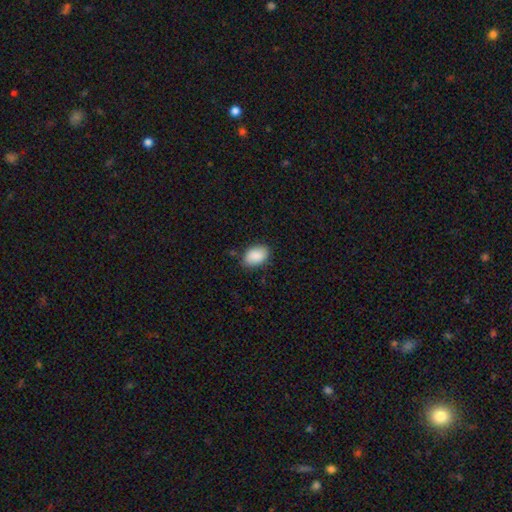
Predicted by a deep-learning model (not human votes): Overall: smooth (89%). How rounded: in between (87%). Merging: none (80%).